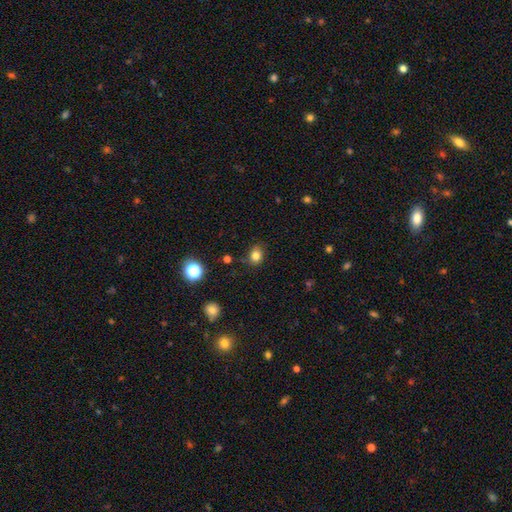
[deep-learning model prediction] smooth_or_featured: smooth (p=0.81) [alt: star or artifact p=0.13]
how_rounded: round (p=0.55) [alt: in between p=0.44]
merging: none (p=0.77) [alt: minor disturbance p=0.17]